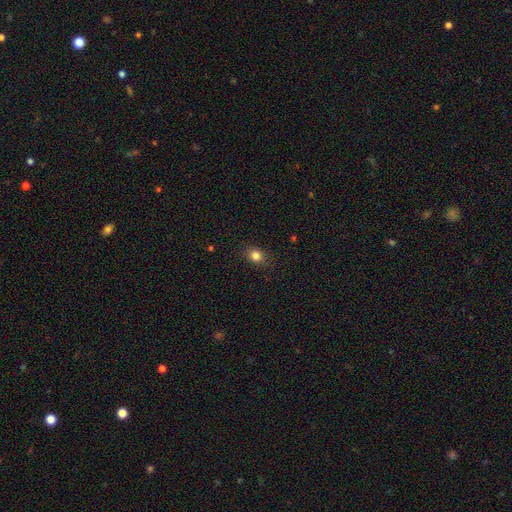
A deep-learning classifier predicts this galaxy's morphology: Smooth or featured: smooth — 83% (star or artifact — 12%)
How rounded: round — 55% (in between — 44%)
Merging: none — 88% (minor disturbance — 9%)